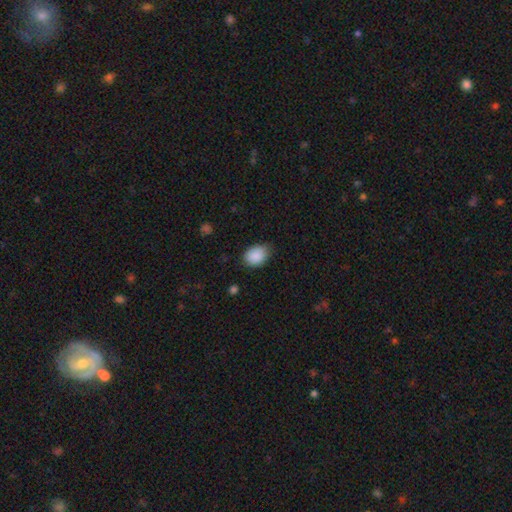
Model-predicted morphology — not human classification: The model was most divided on "how rounded": in between: 73%, round: 26%, cigar-shaped: 1%. More confident: smooth or featured — smooth (89%); merging — none (72%).